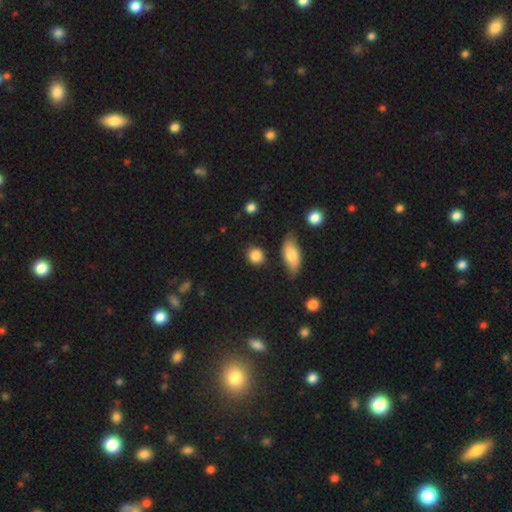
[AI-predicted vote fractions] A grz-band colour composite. It shows a smooth galaxy with no disk features (86%) that is round (78%). Merging: none (82%).